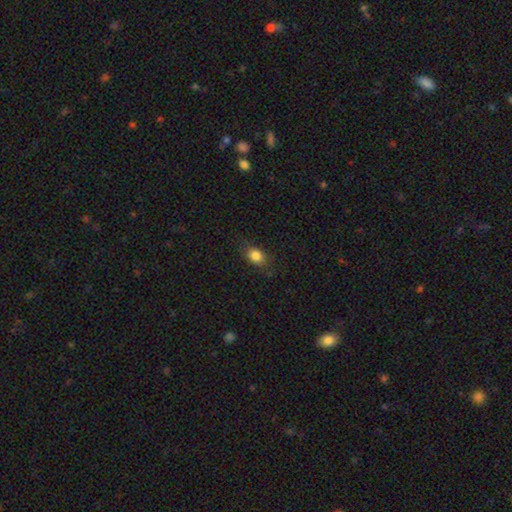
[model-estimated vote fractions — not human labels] Q: Smooth or featured?
A: smooth (84%); runner-up: star or artifact (10%)
Q: How rounded?
A: in between (68%); runner-up: round (29%)
Q: Merging?
A: none (80%); runner-up: minor disturbance (15%)